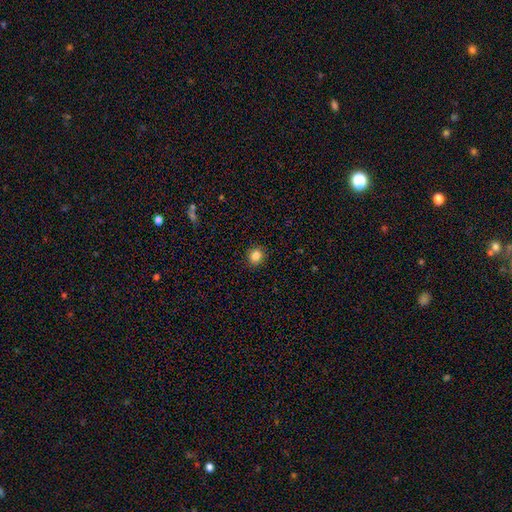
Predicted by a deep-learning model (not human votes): smooth-or-featured: smooth: 84% | star or artifact: 11% | featured or disk: 5%
  how-rounded: round: 85% | in between: 14% | cigar-shaped: 1%
  merging: none: 91% | minor disturbance: 6% | major disturbance: 2% | merger: 1%